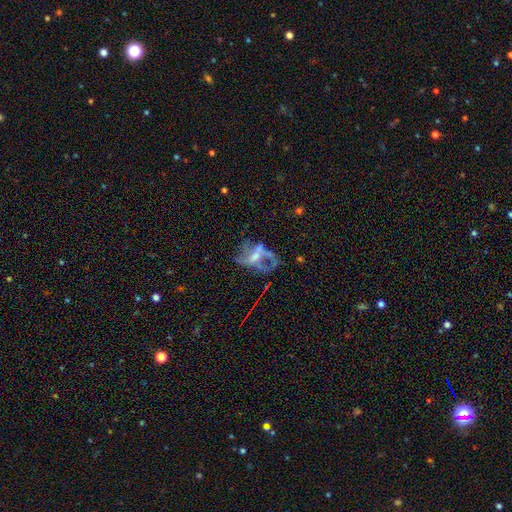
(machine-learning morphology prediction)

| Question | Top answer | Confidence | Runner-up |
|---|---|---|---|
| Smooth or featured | featured or disk | 67% | smooth (19%) |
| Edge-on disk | no | 95% | yes (5%) |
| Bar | no | 48% | weak (34%) |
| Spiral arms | no | 54% | yes (46%) |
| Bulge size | moderate | 39% | small (28%) |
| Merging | major disturbance | 39% | none (36%) |